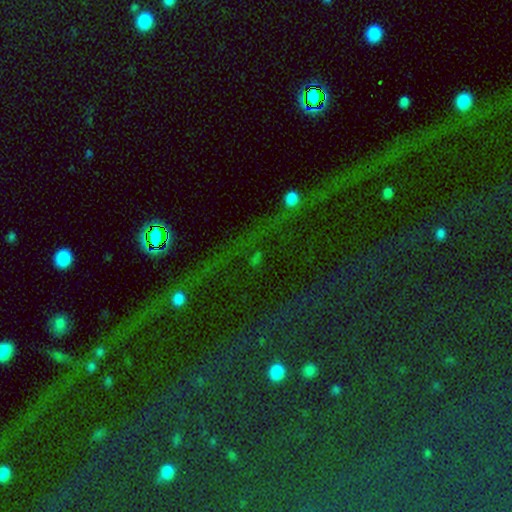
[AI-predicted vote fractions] This is likely a star or artifact rather than a galaxy (75%).